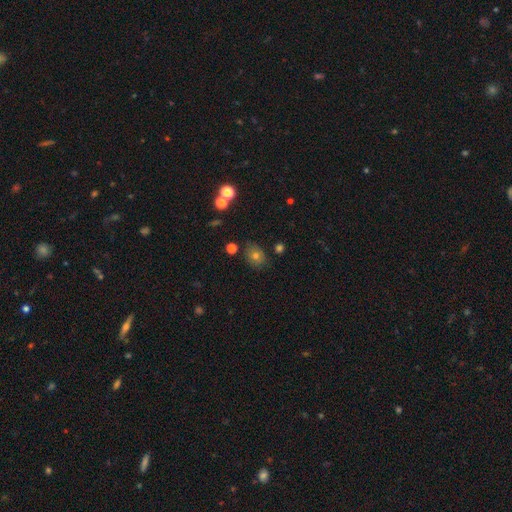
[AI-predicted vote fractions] Morphology: type=smooth (69%); roundness=round (51%); merging=none (79%).